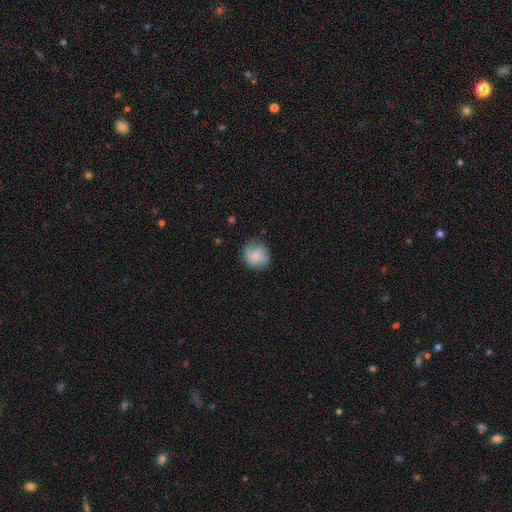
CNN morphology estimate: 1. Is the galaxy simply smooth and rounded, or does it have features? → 61% smooth, 31% featured or disk, 8% star or artifact.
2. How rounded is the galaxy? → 78% round, 21% in between, 1% cigar-shaped.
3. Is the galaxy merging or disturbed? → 64% none, 23% minor disturbance, 11% major disturbance, 2% merger.